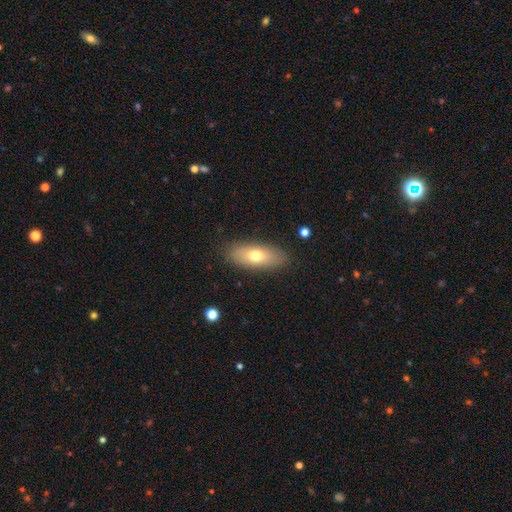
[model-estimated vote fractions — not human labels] Smooth or featured: smooth — 69% (featured or disk — 24%)
How rounded: in between — 78% (cigar-shaped — 19%)
Merging: none — 86% (minor disturbance — 10%)